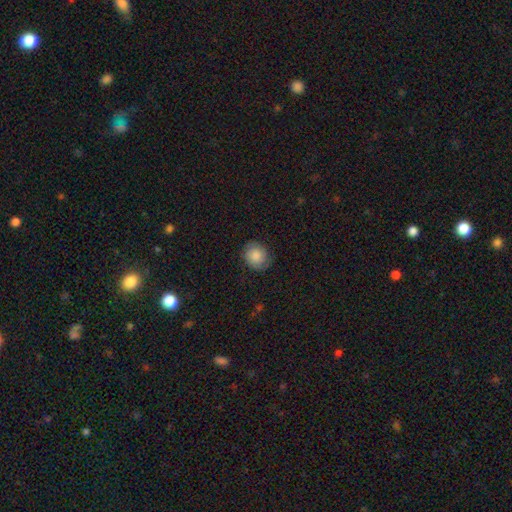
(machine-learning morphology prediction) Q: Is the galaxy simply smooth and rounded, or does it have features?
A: smooth — 81%.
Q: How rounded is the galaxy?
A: round — 77%.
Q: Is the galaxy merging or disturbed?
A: none — 81%.